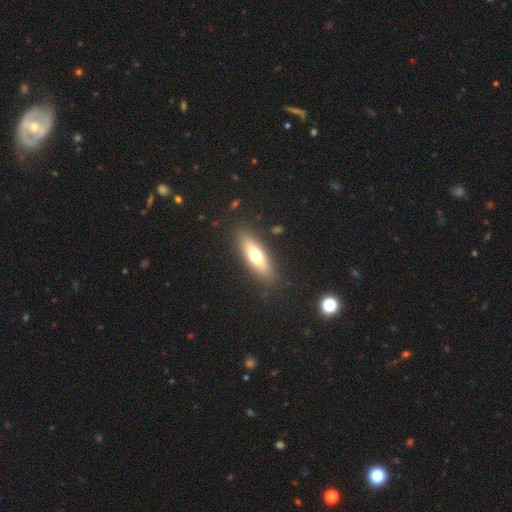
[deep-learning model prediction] The model was most divided on "how rounded": cigar-shaped: 51%, in between: 47%, round: 2%. More confident: merging — none (87%); smooth or featured — smooth (62%).